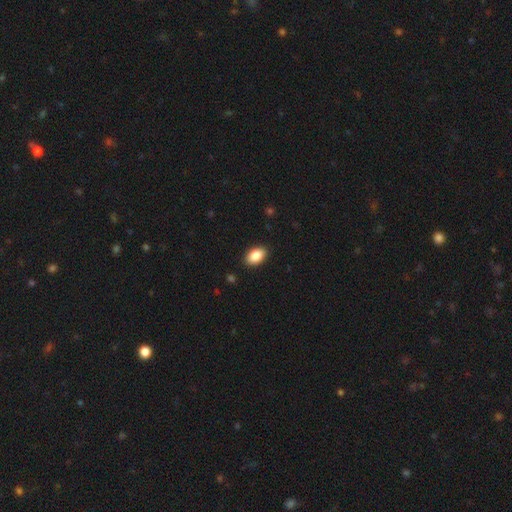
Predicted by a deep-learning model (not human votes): A smooth galaxy with no disk features (87%) that is in between round and cigar-shaped (91%). Merging: none (90%).